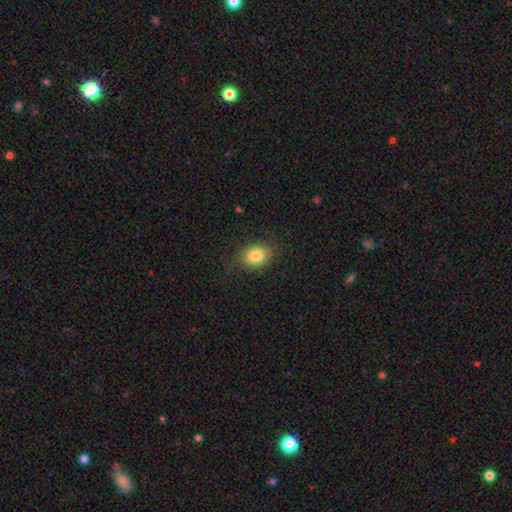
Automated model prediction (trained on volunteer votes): This appears to be a smooth galaxy with no disk features (81%) that is round (51%). Merging: none (79%).